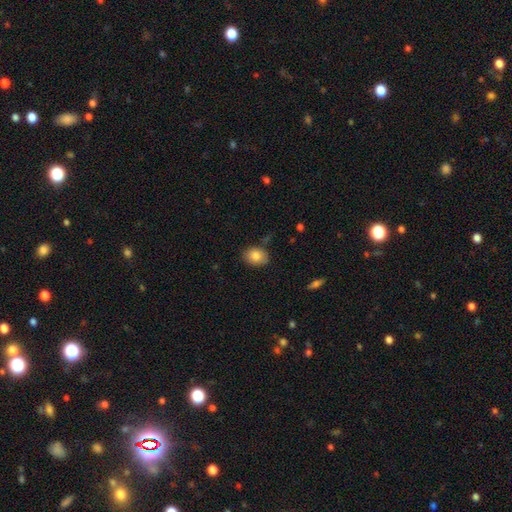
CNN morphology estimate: type=smooth (83%); roundness=in between (71%); merging=none (81%).